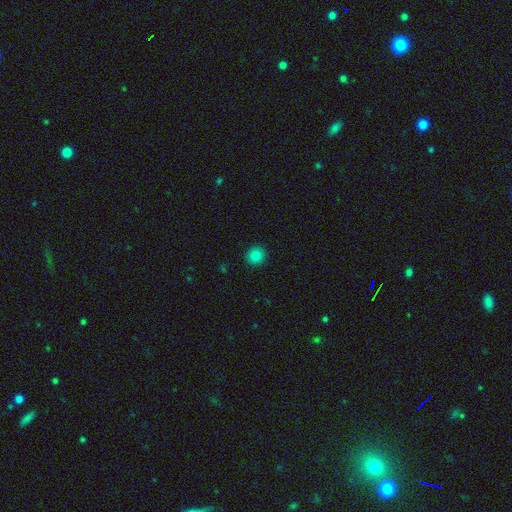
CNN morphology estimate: smooth-or-featured: smooth: 83% | star or artifact: 12% | featured or disk: 5%
  how-rounded: round: 93% | in between: 6% | cigar-shaped: 1%
  merging: none: 92% | minor disturbance: 5% | major disturbance: 2% | merger: 1%